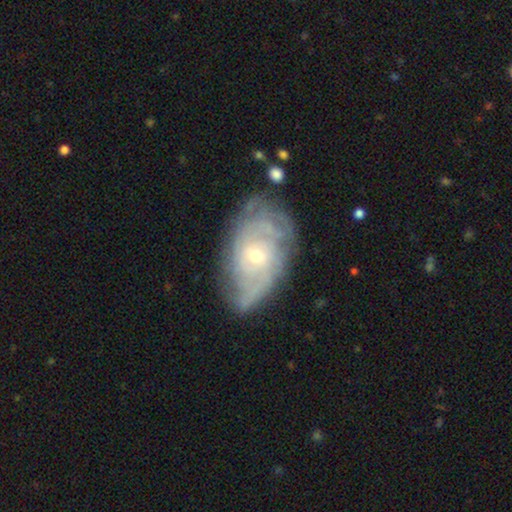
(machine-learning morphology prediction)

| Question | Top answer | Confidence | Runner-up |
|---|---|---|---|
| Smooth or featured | featured or disk | 78% | smooth (15%) |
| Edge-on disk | no | 94% | yes (6%) |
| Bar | no | 73% | weak (23%) |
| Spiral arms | yes | 87% | no (13%) |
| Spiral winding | tight | 63% | medium (27%) |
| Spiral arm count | can't tell | 52% | 2 (17%) |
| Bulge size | small | 63% | moderate (34%) |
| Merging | none | 66% | minor disturbance (23%) |